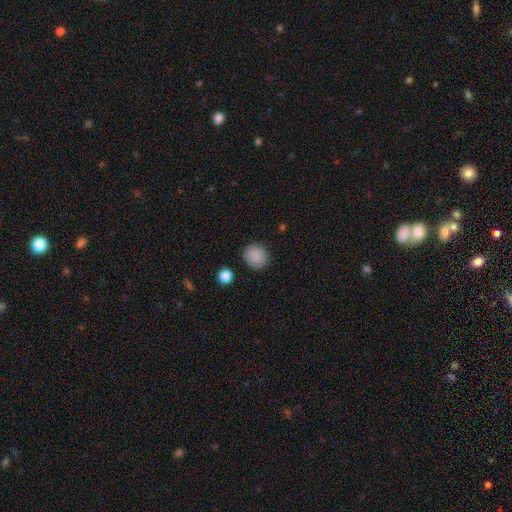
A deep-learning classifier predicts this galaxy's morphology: Smooth or featured: smooth — 88% (star or artifact — 9%)
How rounded: round — 86% (in between — 13%)
Merging: none — 88% (minor disturbance — 8%)